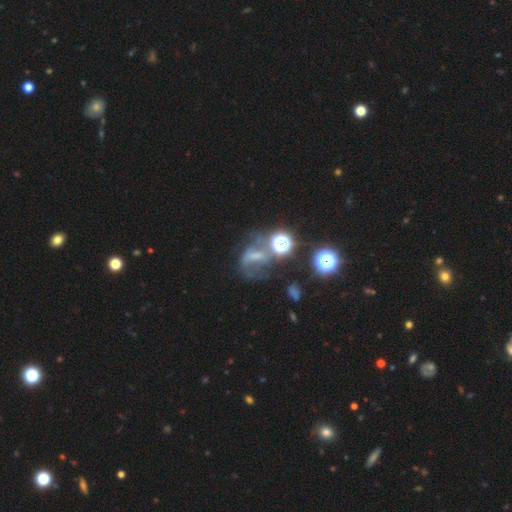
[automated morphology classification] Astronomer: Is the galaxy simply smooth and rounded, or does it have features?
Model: featured or disk — 44% (runner-up: star or artifact, 28%).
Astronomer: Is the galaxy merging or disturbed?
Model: none — 37% (runner-up: major disturbance, 28%).